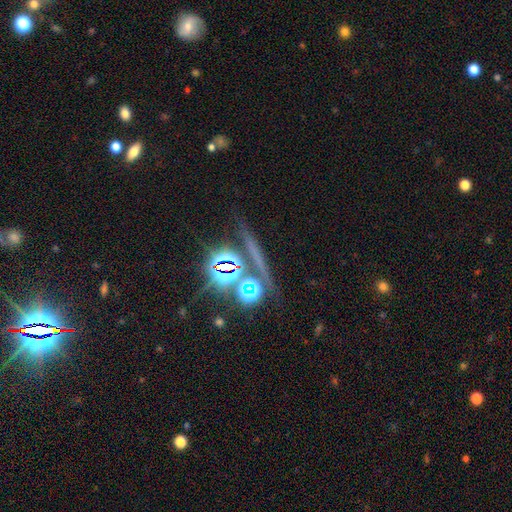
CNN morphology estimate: Smooth or featured? Predicted: star or artifact (p=0.63).